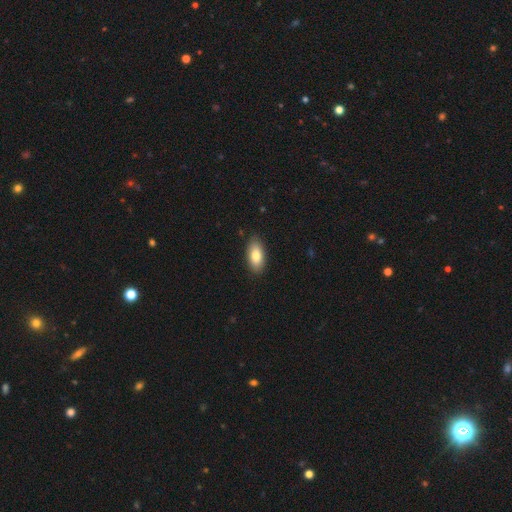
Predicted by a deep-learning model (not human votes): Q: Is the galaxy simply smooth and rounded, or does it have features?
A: smooth — 82%.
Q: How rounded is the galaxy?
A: in between — 90%.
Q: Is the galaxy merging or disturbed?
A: none — 88%.